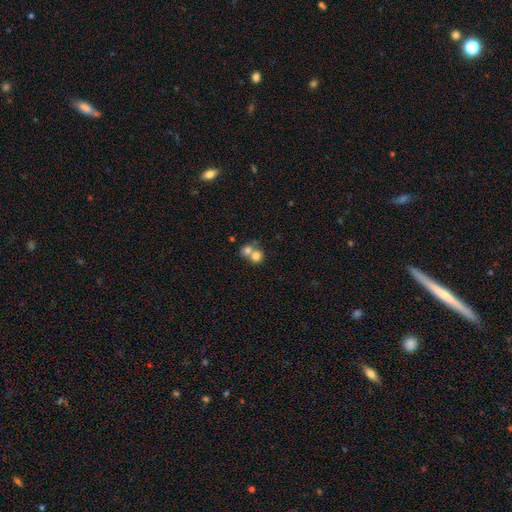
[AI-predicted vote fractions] This is likely a smooth galaxy (75%). How rounded: likely round (76%). Merging: likely merger (64%).